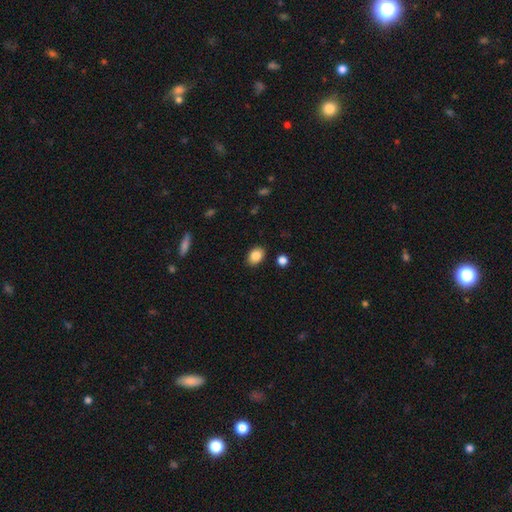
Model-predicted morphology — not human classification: Smooth or featured: smooth — 86% (star or artifact — 9%)
How rounded: in between — 72% (round — 27%)
Merging: none — 87% (minor disturbance — 9%)